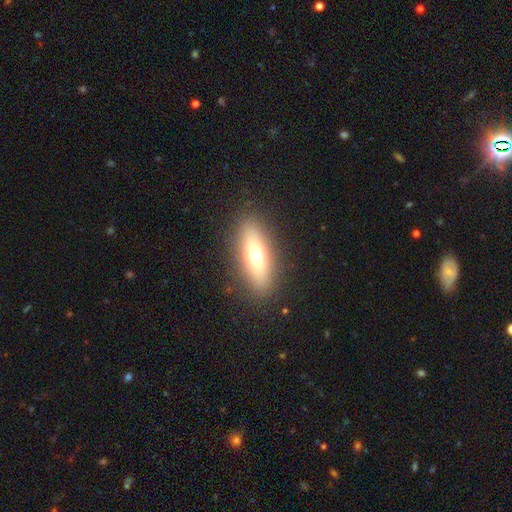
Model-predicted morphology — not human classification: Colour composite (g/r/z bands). It shows a smooth galaxy with no disk features (63%) that is in between round and cigar-shaped (54%). Merging: none (88%).